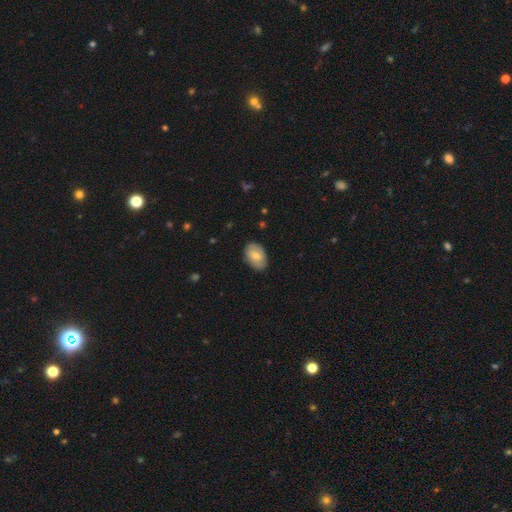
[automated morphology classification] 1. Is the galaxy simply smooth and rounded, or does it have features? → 70% smooth, 24% featured or disk, 6% star or artifact.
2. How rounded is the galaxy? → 88% in between, 11% round, 1% cigar-shaped.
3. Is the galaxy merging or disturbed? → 79% none, 17% minor disturbance, 3% major disturbance, 1% merger.